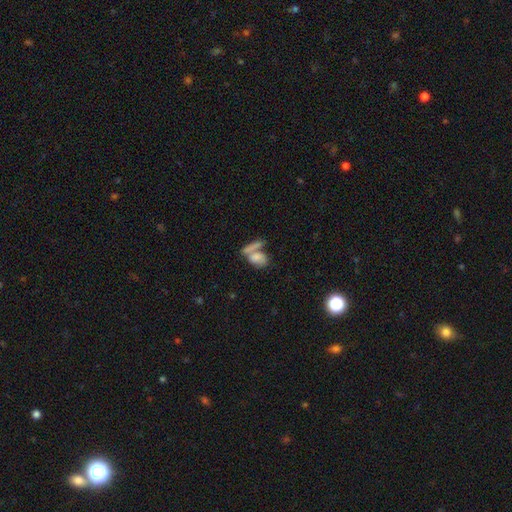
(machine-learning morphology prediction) Smooth or featured? smooth (73%)
How rounded? in between (75%)
Merging? merger (52%)